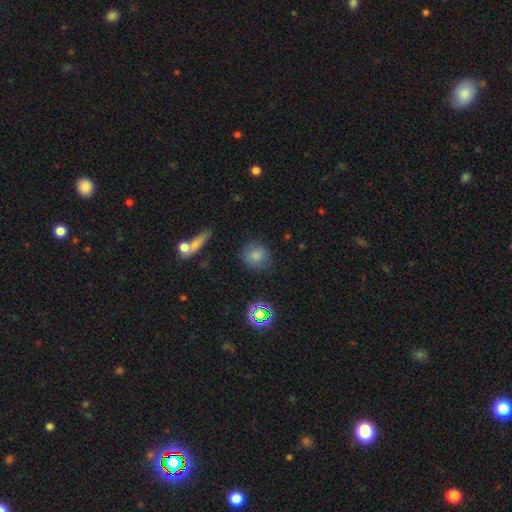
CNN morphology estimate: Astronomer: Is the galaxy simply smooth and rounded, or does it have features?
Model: smooth — 78%.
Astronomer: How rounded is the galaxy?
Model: round — 81%.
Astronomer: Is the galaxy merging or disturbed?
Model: none — 78%.